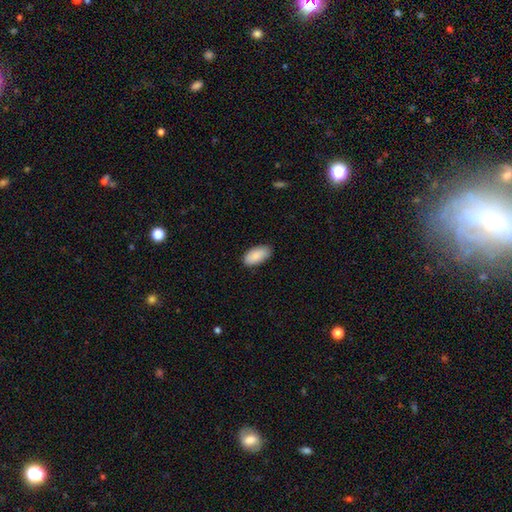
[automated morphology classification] smooth 89%, star or artifact 6%, featured or disk 6%. Down the decision tree: how rounded — in between (95%); merging — none (85%).